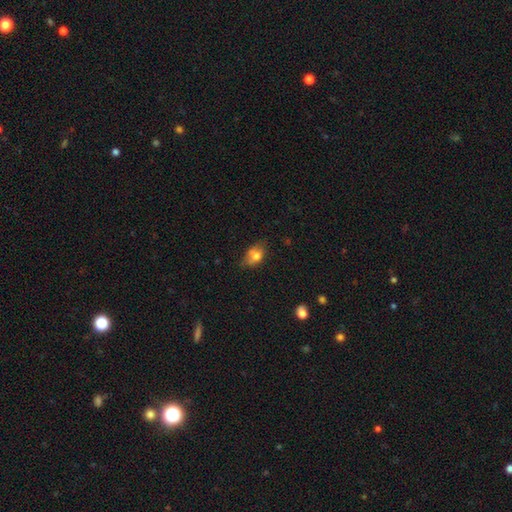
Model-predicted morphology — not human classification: smooth 71%, featured or disk 18%, star or artifact 10%. Down the decision tree: how rounded — in between (77%); merging — none (47%).